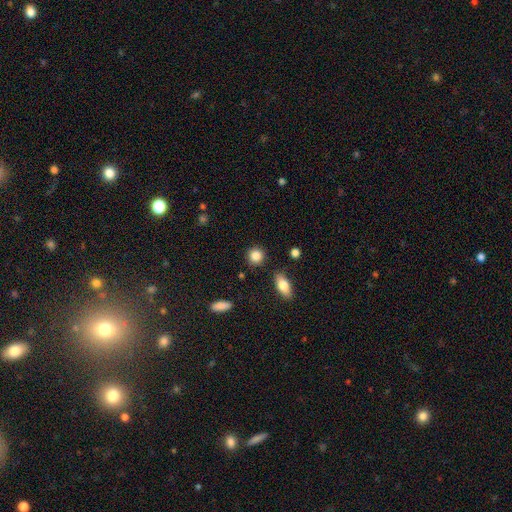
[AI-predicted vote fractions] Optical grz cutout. It shows a smooth galaxy with no disk features (87%) that is round (87%). Merging: none (87%).